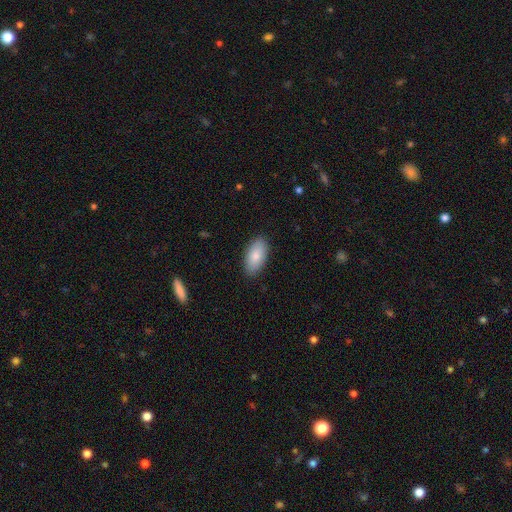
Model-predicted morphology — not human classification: type=smooth (84%); roundness=in between (94%); merging=none (88%).